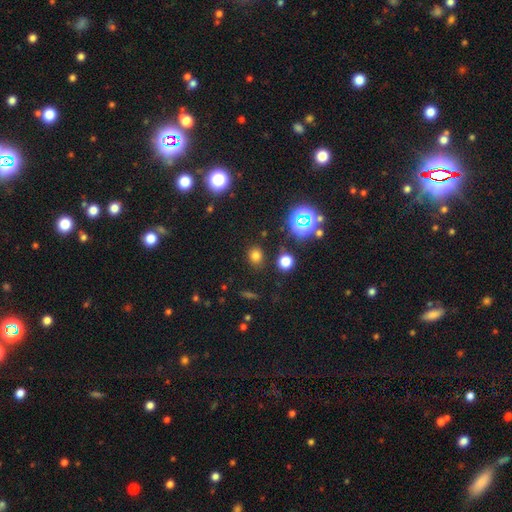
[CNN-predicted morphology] type=smooth (71%); roundness=round (71%); merging=none (86%).